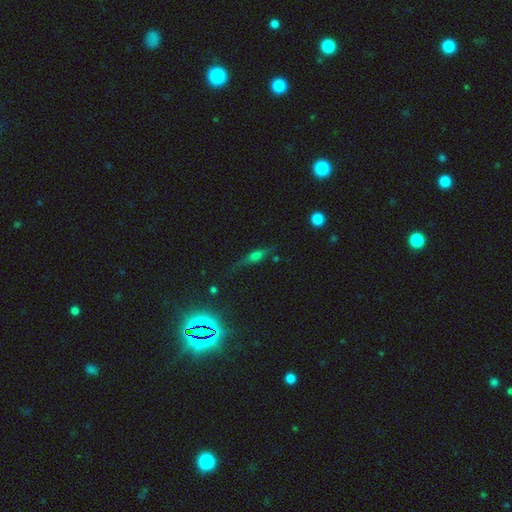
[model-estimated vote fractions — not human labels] This appears to be a featured or disk galaxy (50%). Merging: none (70%).